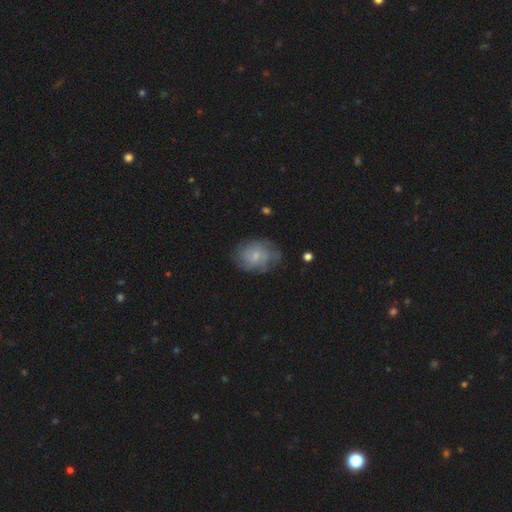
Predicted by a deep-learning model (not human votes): smooth-or-featured: featured or disk: 55% | smooth: 36% | star or artifact: 9%
  disk-edge-on: no: 97% | yes: 3%
    bar: no: 72% | weak: 25% | strong: 3%
    has-spiral-arms: yes: 80% | no: 20%
    bulge-size: small: 68% | moderate: 23% | none: 7% | large: 2% | dominant: 1%
  merging: none: 65% | minor disturbance: 23% | major disturbance: 10% | merger: 2%